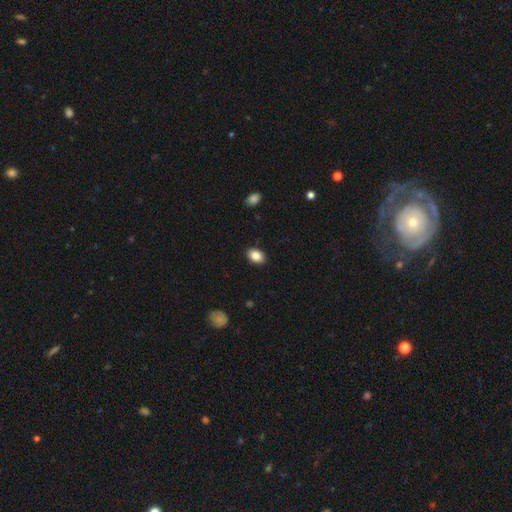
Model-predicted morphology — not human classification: Smooth or featured: smooth — 86% (star or artifact — 8%)
How rounded: in between — 81% (round — 18%)
Merging: none — 89% (minor disturbance — 8%)